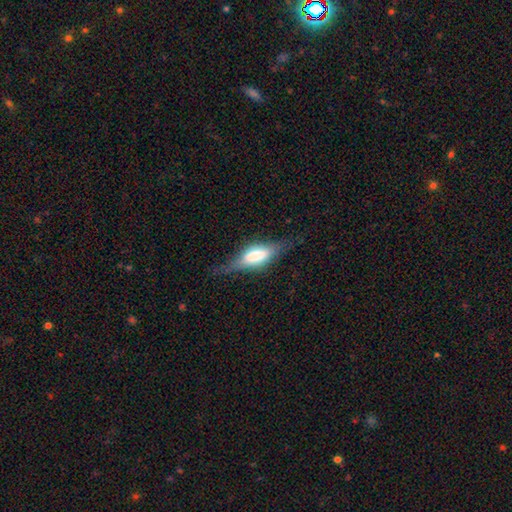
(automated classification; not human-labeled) smooth_or_featured: featured or disk (p=0.51) [alt: smooth p=0.41]
disk_edge_on: yes (p=0.89) [alt: no p=0.11]
merging: none (p=0.66) [alt: minor disturbance p=0.22]